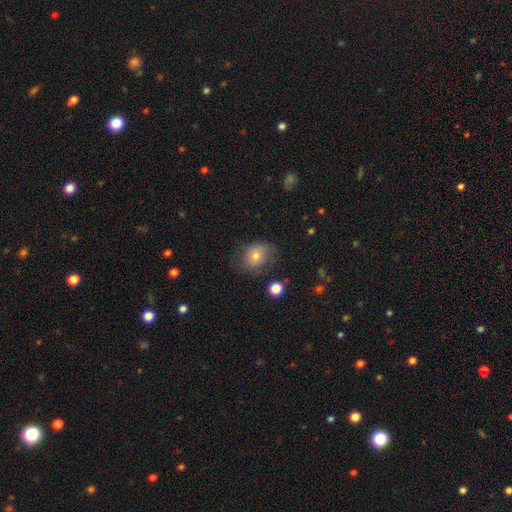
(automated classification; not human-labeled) Smooth or featured? Predicted: smooth (p=0.65). How rounded? Predicted: round (p=0.52). Merging? Predicted: none (p=0.65).